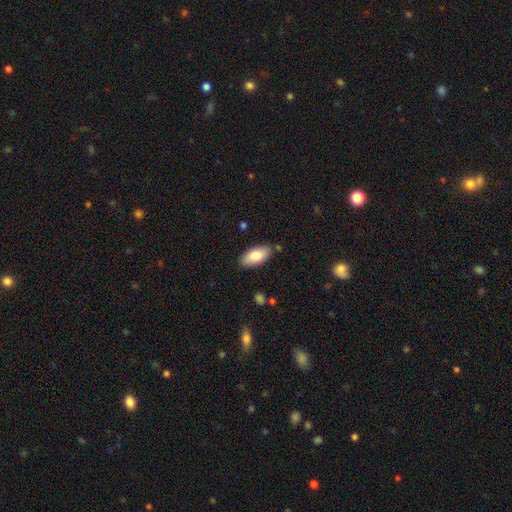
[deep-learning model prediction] A smooth galaxy with no disk features (81%) that is in between round and cigar-shaped (91%). Merging: none (82%).